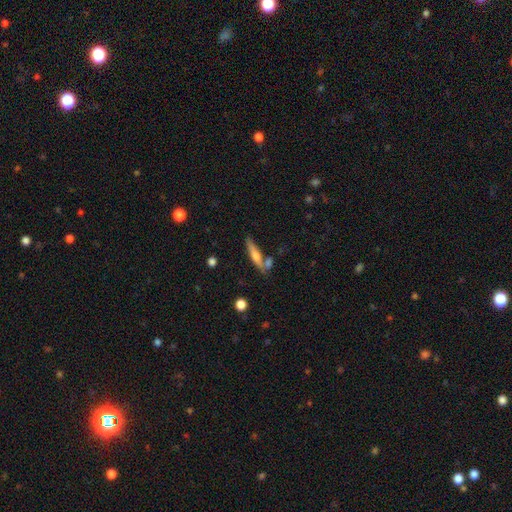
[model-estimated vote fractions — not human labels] Overall: smooth (50%; featured or disk 44%). Merging: none (65%).